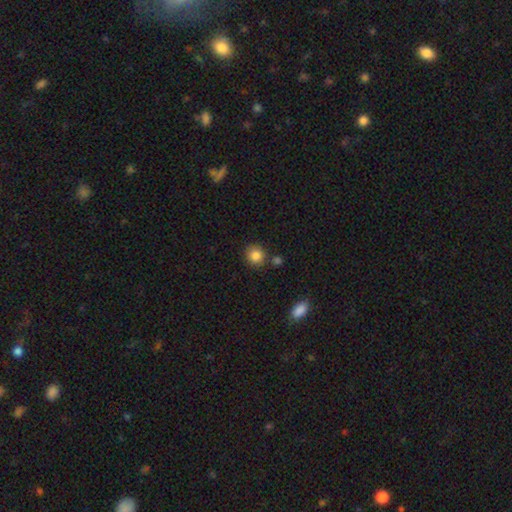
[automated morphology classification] smooth 85%, star or artifact 10%, featured or disk 6%. Down the decision tree: how rounded — round (87%); merging — none (81%).